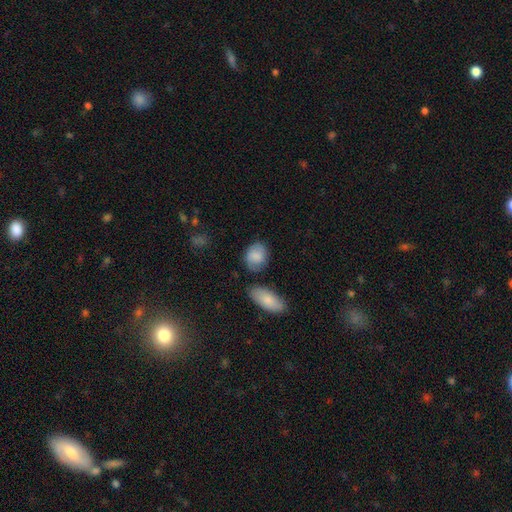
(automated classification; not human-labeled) smooth-or-featured: smooth: 82% | featured or disk: 11% | star or artifact: 6%
  how-rounded: in between: 63% | round: 35% | cigar-shaped: 2%
  merging: none: 69% | minor disturbance: 20% | merger: 5% | major disturbance: 5%